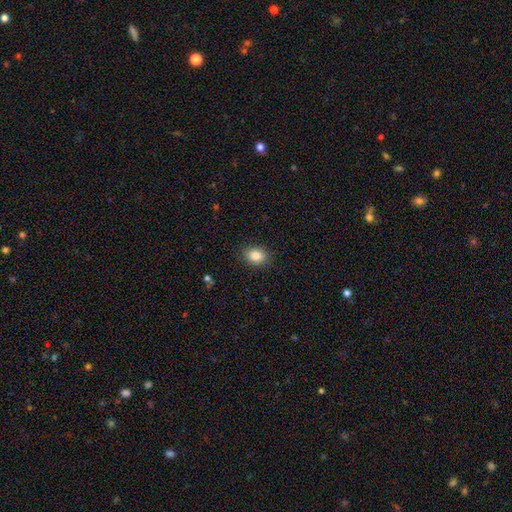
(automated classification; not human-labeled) This appears to be a smooth galaxy with no disk features (84%) that is in between round and cigar-shaped (62%). Merging: none (88%).